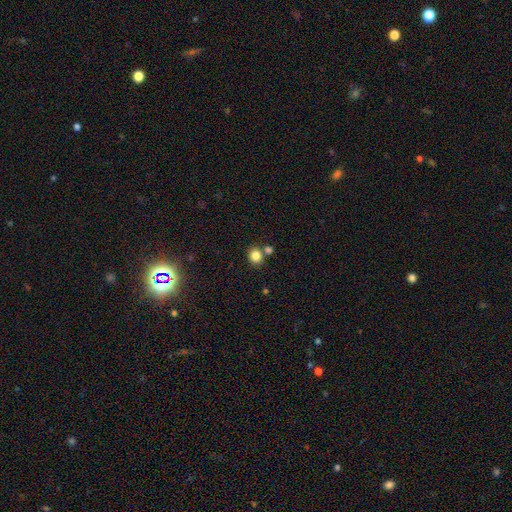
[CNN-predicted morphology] Smooth or featured?
  - smooth: 84% *
  - star or artifact: 11%
  - featured or disk: 5%
How rounded?
  - round: 72% *
  - in between: 27%
  - cigar-shaped: 1%
Merging?
  - none: 68% *
  - merger: 20%
  - minor disturbance: 9%
  - major disturbance: 3%